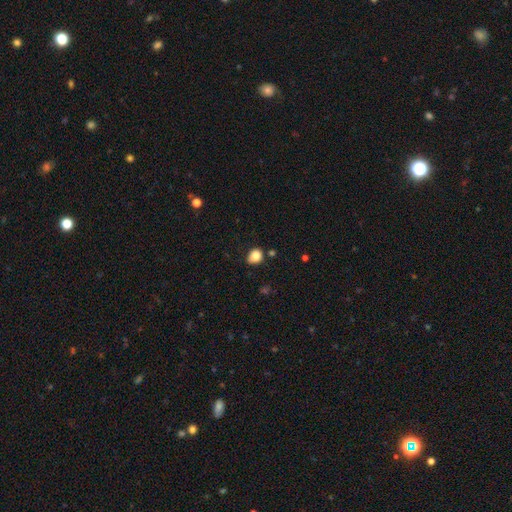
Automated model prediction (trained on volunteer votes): smooth 84%, star or artifact 10%, featured or disk 6%. Down the decision tree: how rounded — round (58%); merging — none (71%).